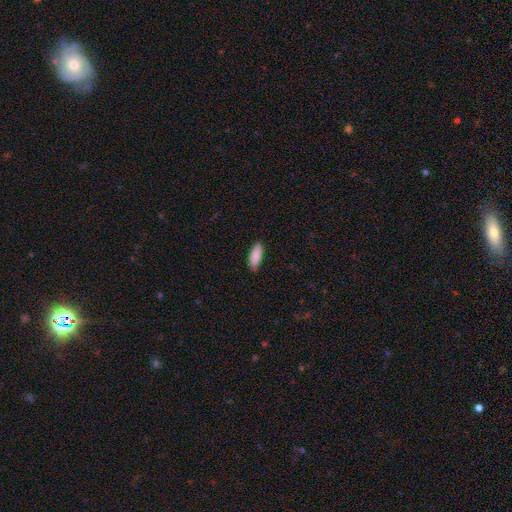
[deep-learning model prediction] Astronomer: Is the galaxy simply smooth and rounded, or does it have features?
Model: smooth — 89%.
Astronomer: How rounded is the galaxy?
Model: in between — 70%.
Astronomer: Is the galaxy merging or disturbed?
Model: none — 87%.